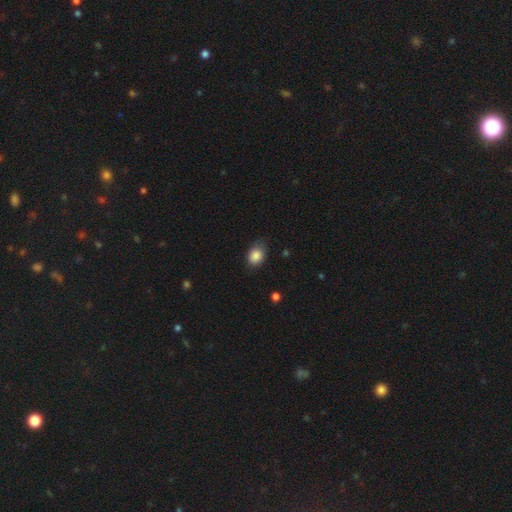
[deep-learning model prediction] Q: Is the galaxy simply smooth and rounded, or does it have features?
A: smooth — 86%.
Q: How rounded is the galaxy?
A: in between — 59%.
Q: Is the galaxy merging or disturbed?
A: none — 72%.